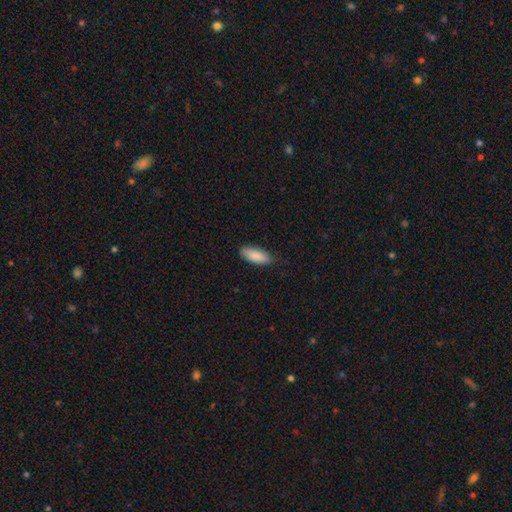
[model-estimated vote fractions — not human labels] smooth_or_featured: smooth (p=0.89) [alt: star or artifact p=0.06]
how_rounded: in between (p=0.81) [alt: cigar-shaped p=0.17]
merging: none (p=0.80) [alt: minor disturbance p=0.17]